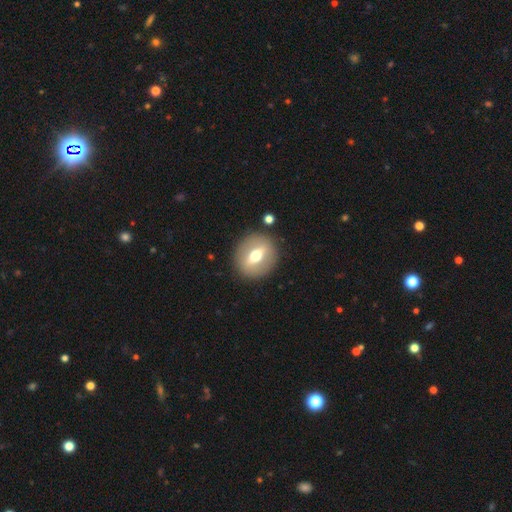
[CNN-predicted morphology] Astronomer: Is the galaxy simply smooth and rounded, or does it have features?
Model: featured or disk — 52% (runner-up: smooth, 41%).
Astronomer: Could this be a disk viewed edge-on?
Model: no — 67%.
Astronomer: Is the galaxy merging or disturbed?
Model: none — 88%.